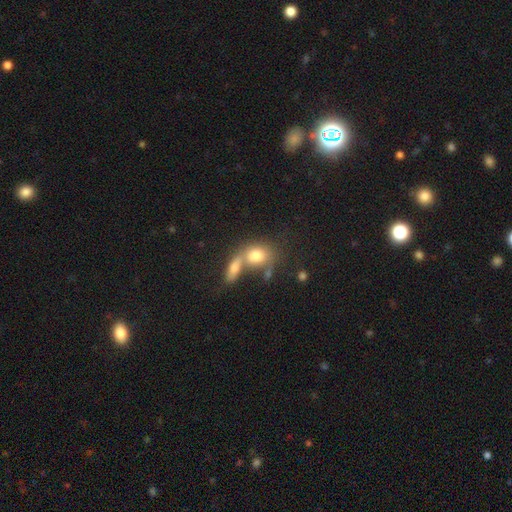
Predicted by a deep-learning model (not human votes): This appears to be a smooth galaxy with no disk features (73%) that is in between round and cigar-shaped (53%). Merging: merger (57%).